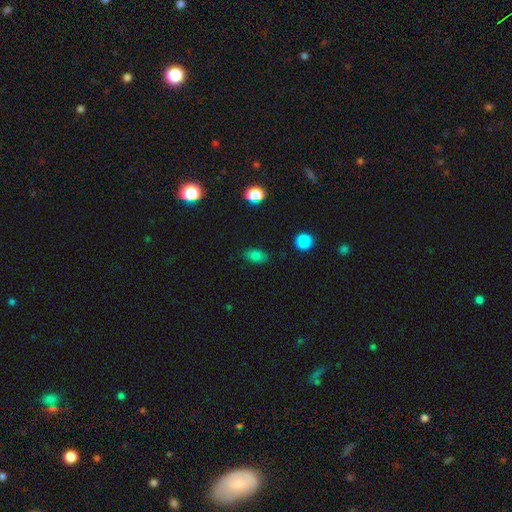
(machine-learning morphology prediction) smooth_or_featured: smooth (p=0.79) [alt: star or artifact p=0.13]
how_rounded: in between (p=0.82) [alt: round p=0.15]
merging: none (p=0.84) [alt: minor disturbance p=0.11]